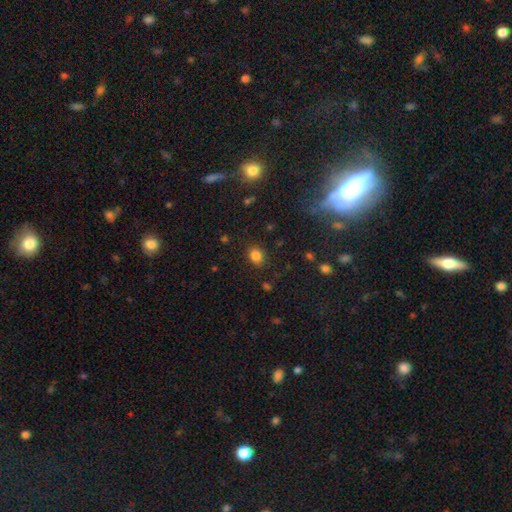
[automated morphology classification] This appears to be a smooth galaxy with no disk features (83%) that is round (55%). Merging: none (86%).